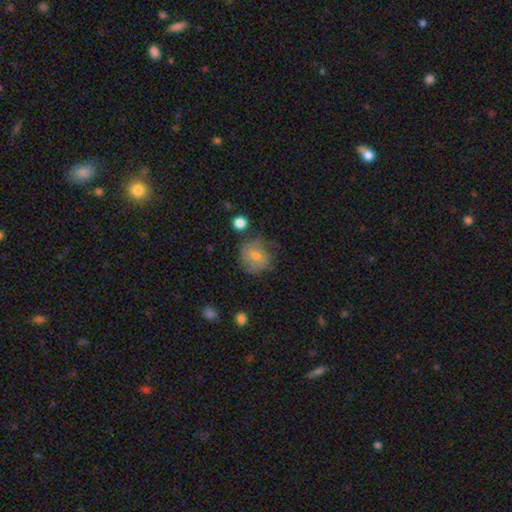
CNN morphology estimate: smooth_or_featured: smooth (p=0.57) [alt: featured or disk p=0.33]
how_rounded: round (p=0.82) [alt: in between p=0.17]
merging: none (p=0.66) [alt: minor disturbance p=0.23]